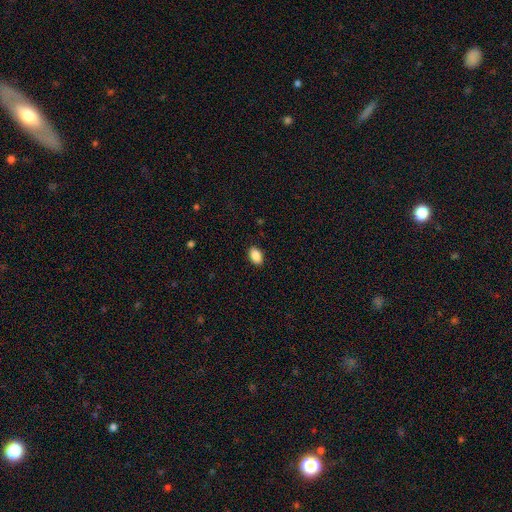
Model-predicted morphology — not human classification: This is clearly a smooth galaxy (89%). How rounded: clearly in between (90%). Merging: clearly none (89%).